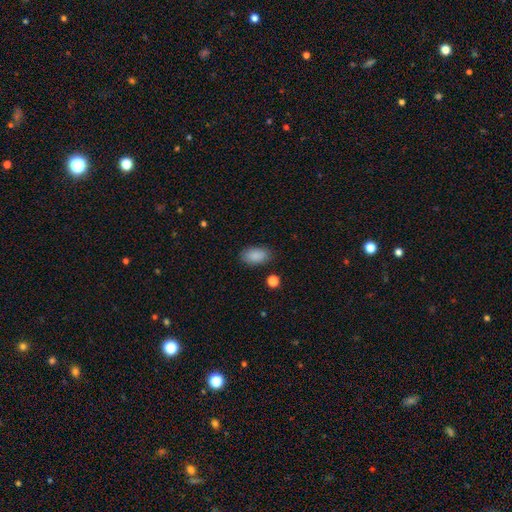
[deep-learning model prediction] Q: Smooth or featured?
A: smooth (88%); runner-up: star or artifact (8%)
Q: How rounded?
A: in between (92%); runner-up: round (6%)
Q: Merging?
A: none (85%); runner-up: minor disturbance (11%)